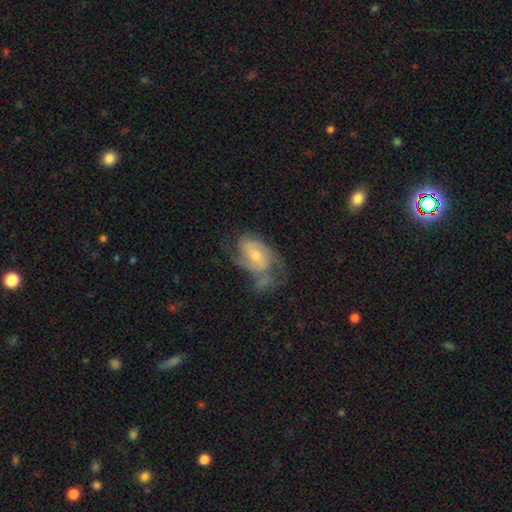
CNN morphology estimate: Smooth or featured?
  - featured or disk: 73% *
  - smooth: 20%
  - star or artifact: 7%
Edge-on disk?
  - no: 96% *
  - yes: 4%
Bar?
  - no: 56% *
  - weak: 35%
  - strong: 9%
Spiral arms?
  - yes: 87% *
  - no: 13%
Spiral winding?
  - medium: 44% *
  - tight: 36%
  - loose: 20%
Spiral arm count?
  - 2: 45% *
  - can't tell: 25%
  - 3: 16%
  - 1: 8%
  - 4: 4%
  - more than 4: 3%
Bulge size?
  - small: 51% *
  - moderate: 42%
  - large: 3%
  - none: 2%
  - dominant: 1%
Merging?
  - none: 38% *
  - major disturbance: 27%
  - minor disturbance: 24%
  - merger: 11%